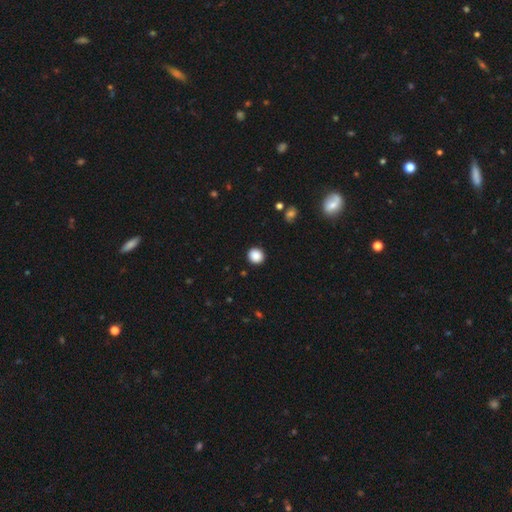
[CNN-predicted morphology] Smooth or featured: smooth — 88% (star or artifact — 9%)
How rounded: round — 90% (in between — 9%)
Merging: none — 92% (minor disturbance — 5%)